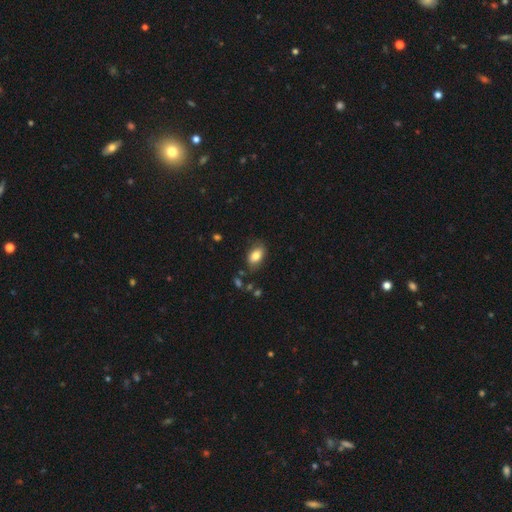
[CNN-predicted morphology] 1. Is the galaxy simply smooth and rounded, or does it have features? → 82% smooth, 11% featured or disk, 8% star or artifact.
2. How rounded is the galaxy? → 89% in between, 8% round, 3% cigar-shaped.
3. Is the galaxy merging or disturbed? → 78% none, 16% minor disturbance, 4% major disturbance, 2% merger.